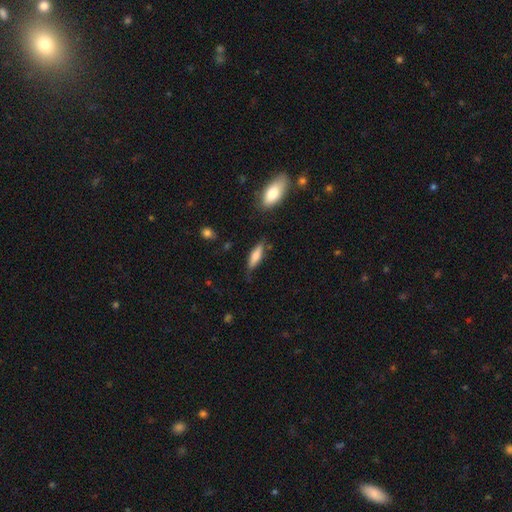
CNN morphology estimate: smooth 72%, featured or disk 22%, star or artifact 6%. Down the decision tree: how rounded — cigar-shaped (60%); merging — none (74%).